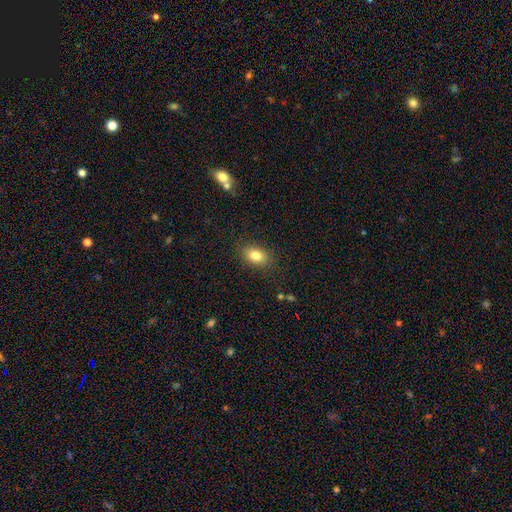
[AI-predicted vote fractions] smooth 82%, star or artifact 9%, featured or disk 9%. Down the decision tree: how rounded — in between (84%); merging — none (85%).